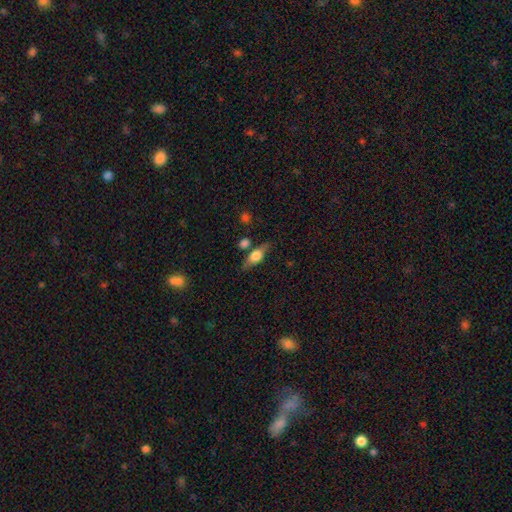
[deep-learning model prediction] Smooth or featured: smooth — 52% (featured or disk — 41%)
How rounded: in between — 60% (cigar-shaped — 32%)
Merging: none — 71% (minor disturbance — 16%)